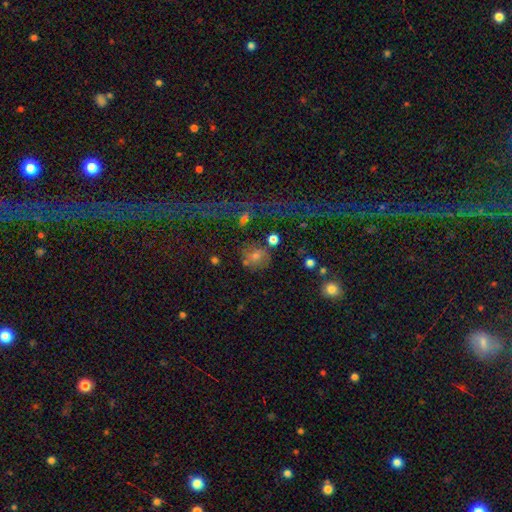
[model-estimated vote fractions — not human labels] This appears to be a smooth galaxy with no disk features (61%) that is round (84%). Merging: none (74%).